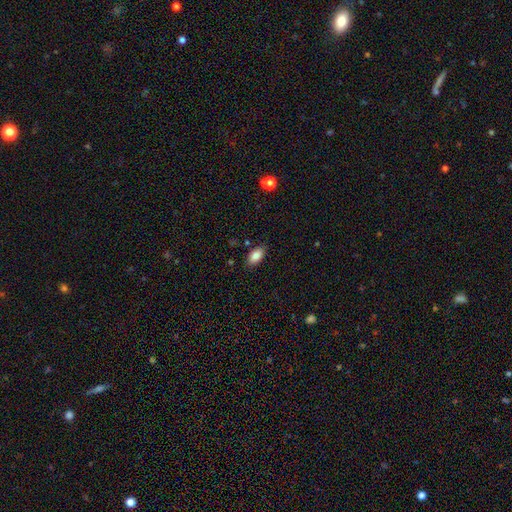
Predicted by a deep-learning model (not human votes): smooth-or-featured: smooth: 86% | star or artifact: 8% | featured or disk: 6%
  how-rounded: in between: 92% | round: 6% | cigar-shaped: 2%
  merging: none: 84% | minor disturbance: 11% | major disturbance: 3% | merger: 2%